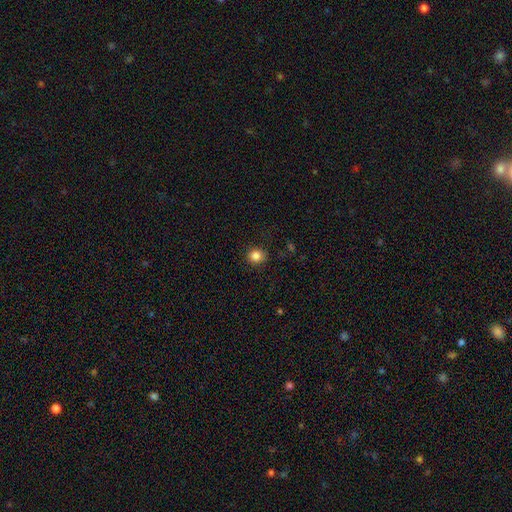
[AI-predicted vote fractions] Smooth or featured?
  - smooth: 84% *
  - star or artifact: 11%
  - featured or disk: 4%
How rounded?
  - round: 84% *
  - in between: 15%
  - cigar-shaped: 1%
Merging?
  - none: 87% *
  - minor disturbance: 9%
  - major disturbance: 3%
  - merger: 1%